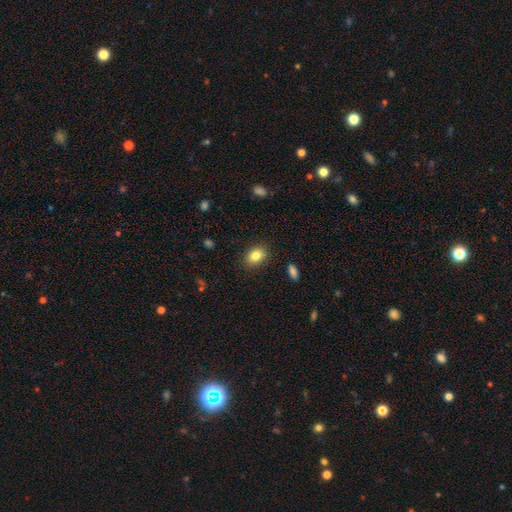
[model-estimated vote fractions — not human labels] smooth 83%, star or artifact 9%, featured or disk 8%. Down the decision tree: how rounded — in between (71%); merging — none (87%).